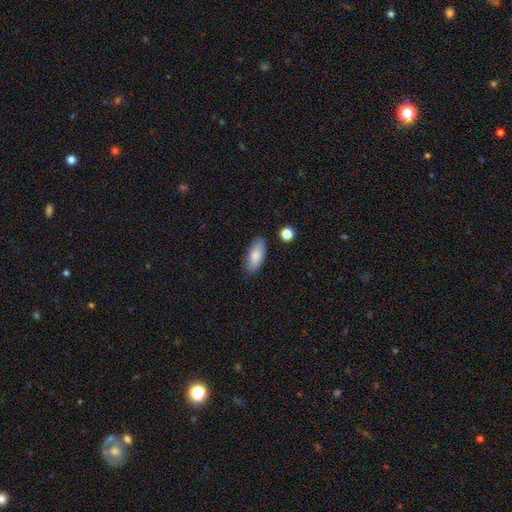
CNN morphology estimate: Overall: smooth (84%). How rounded: in between (84%). Merging: none (82%).